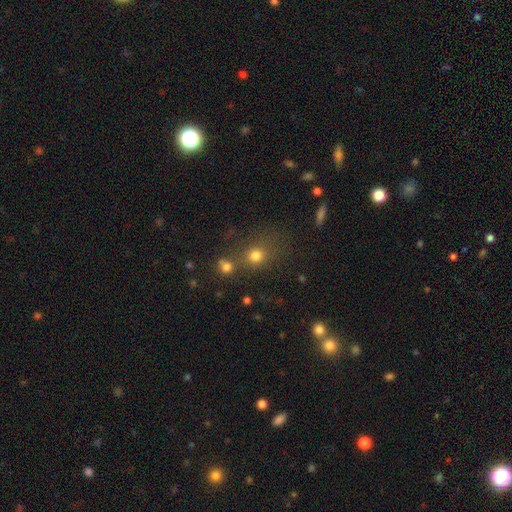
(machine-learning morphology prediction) The model was most divided on "merging": none: 58%, merger: 22%, minor disturbance: 12%, major disturbance: 7%. More confident: how rounded — round (74%); smooth or featured — smooth (74%).